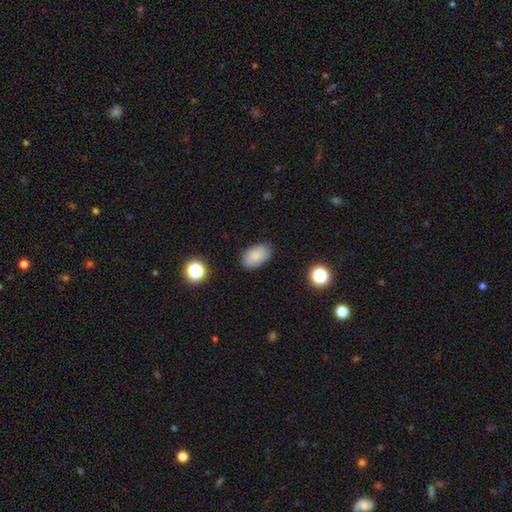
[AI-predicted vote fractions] Overall: smooth (84%). How rounded: in between (91%). Merging: none (85%).